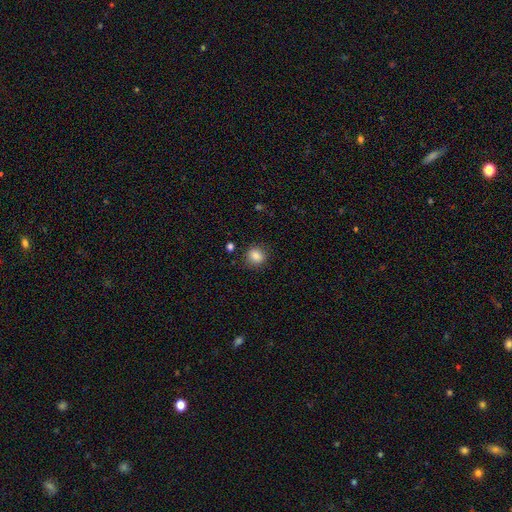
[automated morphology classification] Smooth or featured? Predicted: smooth (p=0.85). How rounded? Predicted: round (p=0.78). Merging? Predicted: none (p=0.86).